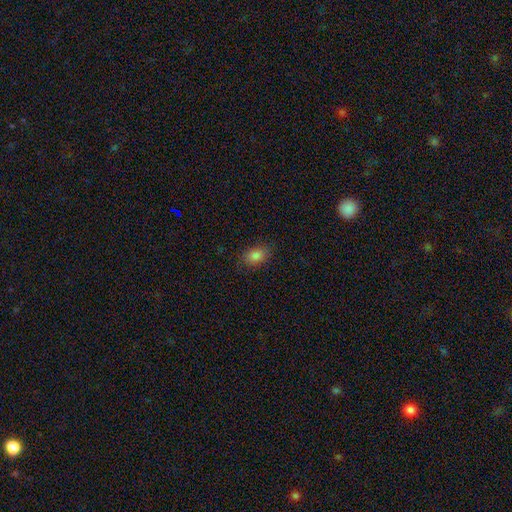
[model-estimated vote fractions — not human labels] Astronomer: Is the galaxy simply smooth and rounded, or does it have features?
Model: smooth — 84%.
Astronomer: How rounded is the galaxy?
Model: in between — 83%.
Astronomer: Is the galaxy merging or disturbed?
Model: none — 83%.